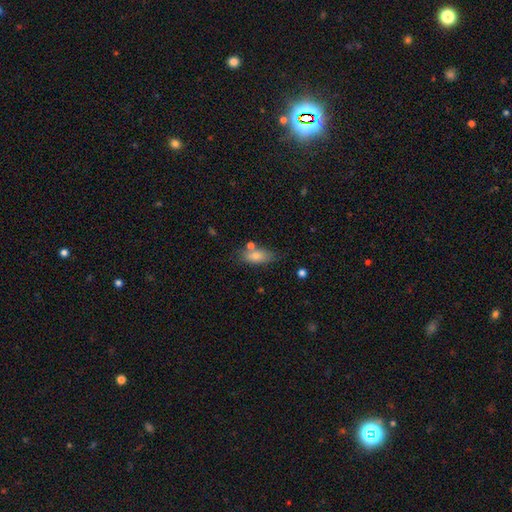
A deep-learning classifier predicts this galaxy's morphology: Smooth or featured? smooth (78%)
How rounded? in between (82%)
Merging? none (63%)